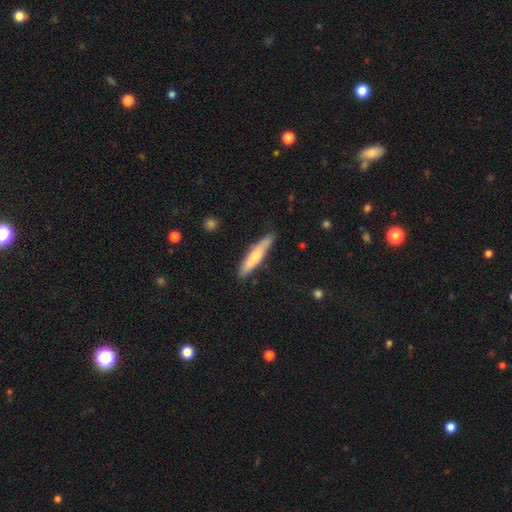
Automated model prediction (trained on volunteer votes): Morphology: type=smooth (67%); roundness=cigar-shaped (85%); merging=none (83%).